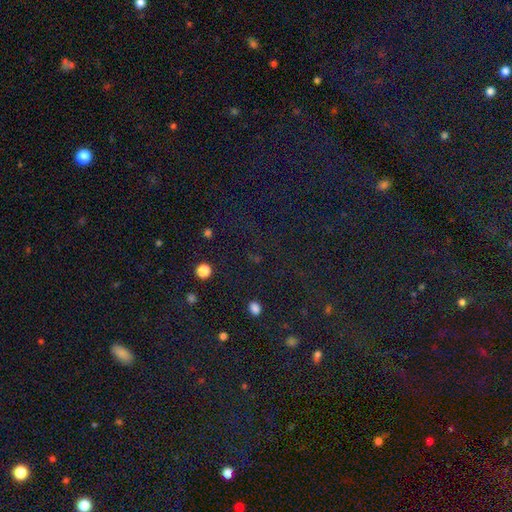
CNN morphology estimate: This appears to be a star or artifact, not a galaxy (81%).